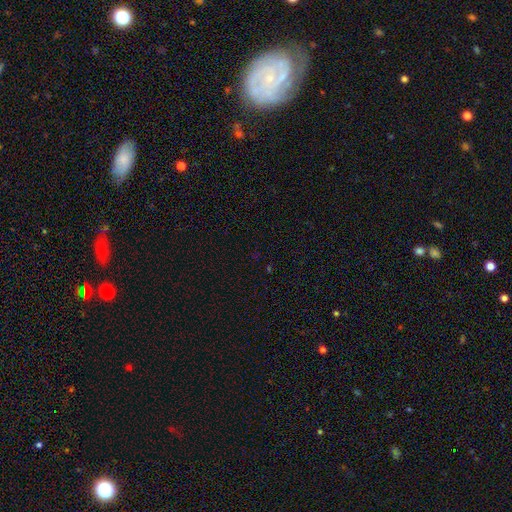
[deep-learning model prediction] Smooth or featured?
  - star or artifact: 65% *
  - smooth: 27%
  - featured or disk: 8%